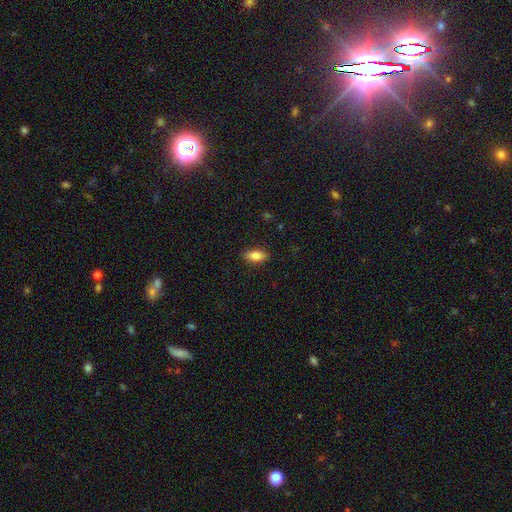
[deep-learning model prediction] Morphology: type=smooth (83%); roundness=in between (84%); merging=none (88%).